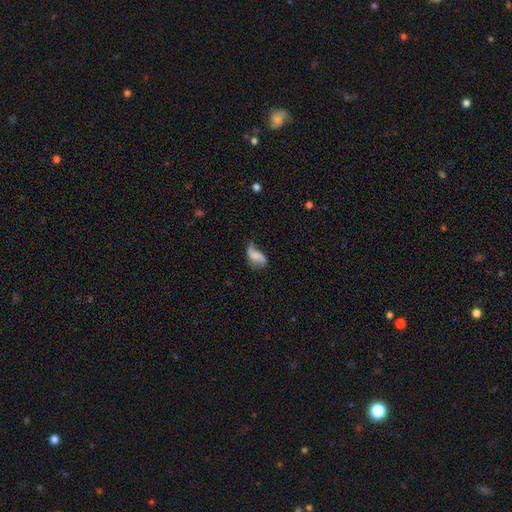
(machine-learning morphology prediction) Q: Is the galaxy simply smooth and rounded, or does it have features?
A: smooth — 46%.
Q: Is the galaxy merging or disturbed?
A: none — 36%.